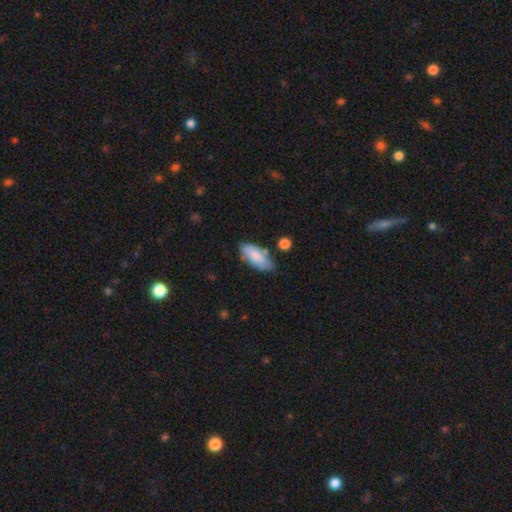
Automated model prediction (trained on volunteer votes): smooth_or_featured: smooth (p=0.82) [alt: featured or disk p=0.12]
how_rounded: in between (p=0.85) [alt: cigar-shaped p=0.13]
merging: none (p=0.67) [alt: minor disturbance p=0.22]